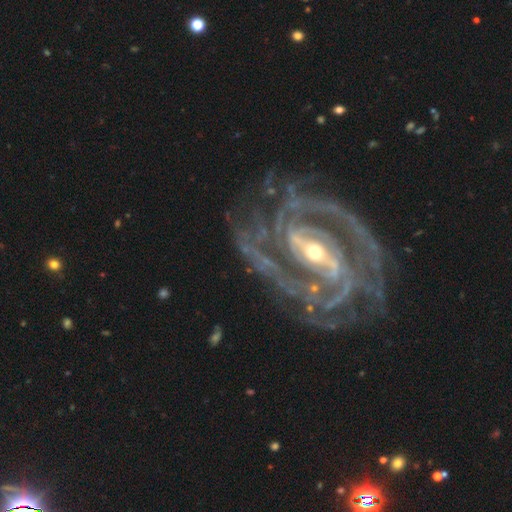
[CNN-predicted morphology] featured or disk 93%, star or artifact 5%, smooth 2%. Down the decision tree: edge-on disk — no (97%); bar — strong (56%); spiral arms — yes (98%); spiral arm count — 2 (32%); spiral winding — tight (61%); bulge size — small (48%); merging — none (73%).